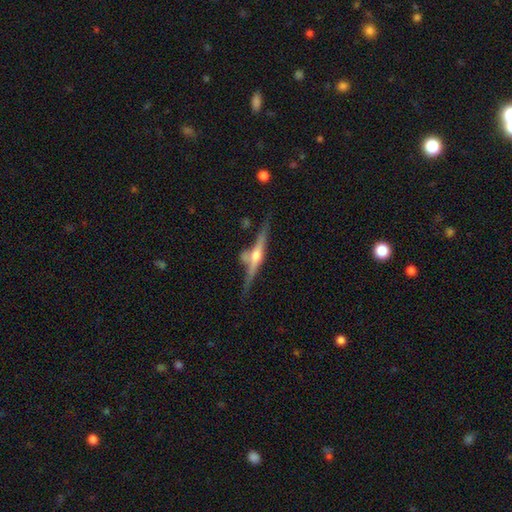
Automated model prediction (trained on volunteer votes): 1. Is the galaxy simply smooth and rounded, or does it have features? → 80% featured or disk, 14% smooth, 7% star or artifact.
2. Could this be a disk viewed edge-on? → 97% yes, 3% no.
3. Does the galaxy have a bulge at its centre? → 91% rounded, 6% boxy, 4% none.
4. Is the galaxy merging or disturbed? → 71% none, 15% minor disturbance, 10% merger, 5% major disturbance.